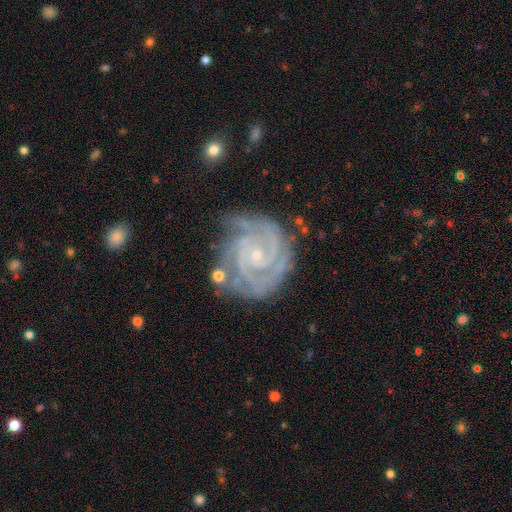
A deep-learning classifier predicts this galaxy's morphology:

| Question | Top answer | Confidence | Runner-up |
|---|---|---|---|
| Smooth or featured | featured or disk | 92% | star or artifact (5%) |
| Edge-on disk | no | 98% | yes (2%) |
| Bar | no | 66% | weak (24%) |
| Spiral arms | yes | 99% | no (1%) |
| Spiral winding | tight | 80% | medium (18%) |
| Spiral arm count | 2 | 39% | 3 (34%) |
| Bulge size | small | 84% | moderate (11%) |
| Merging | none | 69% | minor disturbance (21%) |